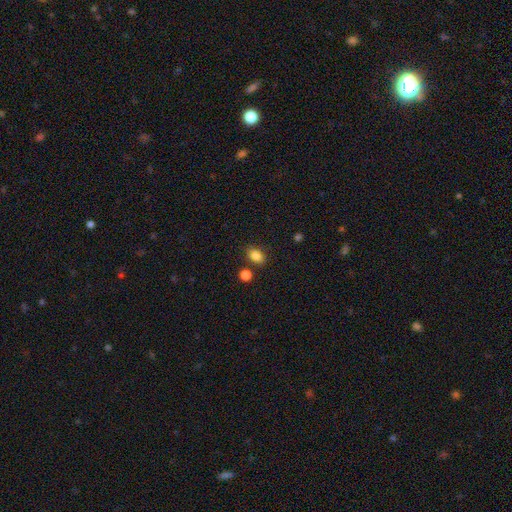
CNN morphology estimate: Smooth or featured?
  - smooth: 84% *
  - star or artifact: 11%
  - featured or disk: 6%
How rounded?
  - in between: 75% *
  - round: 23%
  - cigar-shaped: 2%
Merging?
  - none: 78% *
  - minor disturbance: 11%
  - merger: 7%
  - major disturbance: 3%